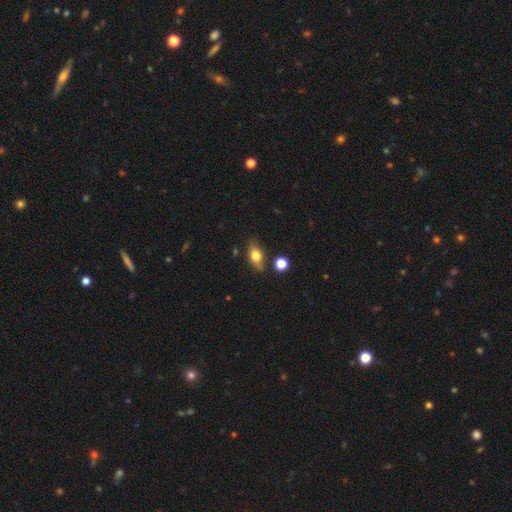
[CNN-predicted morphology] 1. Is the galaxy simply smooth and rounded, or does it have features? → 70% smooth, 22% featured or disk, 8% star or artifact.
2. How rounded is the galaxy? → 79% in between, 12% round, 9% cigar-shaped.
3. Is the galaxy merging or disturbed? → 77% none, 15% minor disturbance, 5% merger, 3% major disturbance.